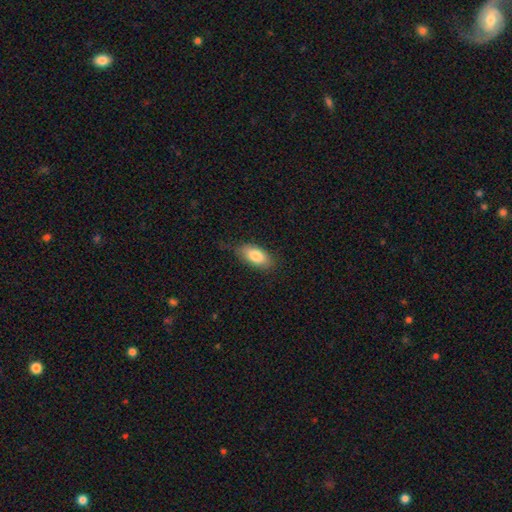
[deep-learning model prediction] Smooth or featured?
  - smooth: 81% *
  - featured or disk: 12%
  - star or artifact: 7%
How rounded?
  - in between: 89% *
  - cigar-shaped: 7%
  - round: 4%
Merging?
  - none: 73% *
  - minor disturbance: 20%
  - major disturbance: 5%
  - merger: 1%